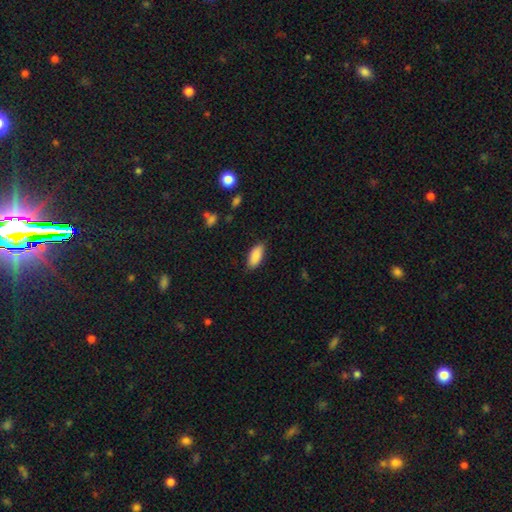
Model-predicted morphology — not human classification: Smooth or featured: smooth — 87% (featured or disk — 6%)
How rounded: in between — 86% (cigar-shaped — 12%)
Merging: none — 83% (minor disturbance — 14%)